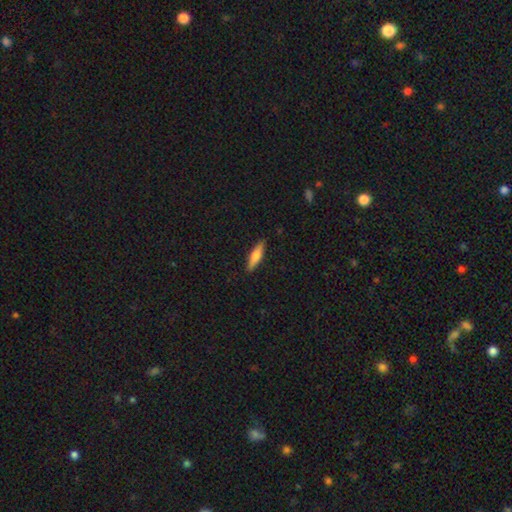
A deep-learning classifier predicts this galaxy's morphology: type=smooth (61%); roundness=cigar-shaped (73%); merging=none (89%).